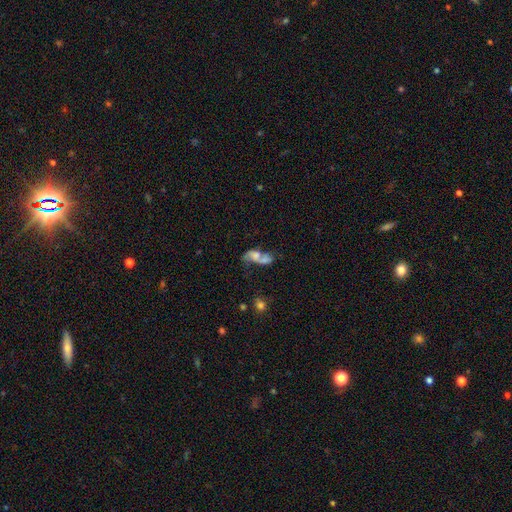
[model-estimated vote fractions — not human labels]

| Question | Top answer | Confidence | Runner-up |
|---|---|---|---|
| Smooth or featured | featured or disk | 48% | smooth (42%) |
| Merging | merger | 44% | none (26%) |